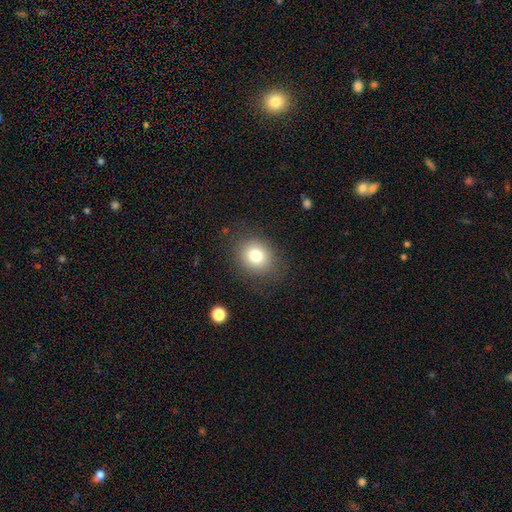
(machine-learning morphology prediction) Smooth or featured?
  - smooth: 78% *
  - star or artifact: 12%
  - featured or disk: 10%
How rounded?
  - round: 68% *
  - in between: 32%
  - cigar-shaped: 1%
Merging?
  - none: 83% *
  - minor disturbance: 10%
  - major disturbance: 5%
  - merger: 1%